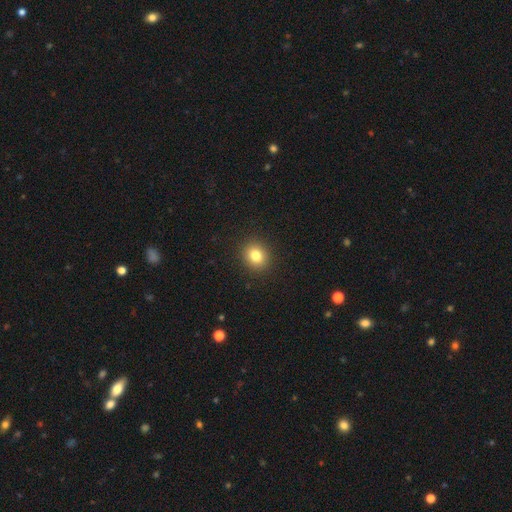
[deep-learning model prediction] smooth 81%, star or artifact 12%, featured or disk 7%. Down the decision tree: how rounded — round (77%); merging — none (91%).